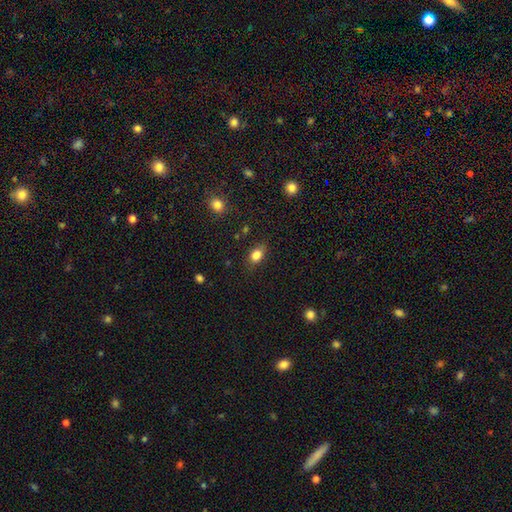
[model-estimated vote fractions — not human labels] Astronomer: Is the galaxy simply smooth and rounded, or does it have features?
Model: smooth — 84%.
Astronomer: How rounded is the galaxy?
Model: in between — 77%.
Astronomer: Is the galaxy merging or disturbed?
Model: none — 78%.